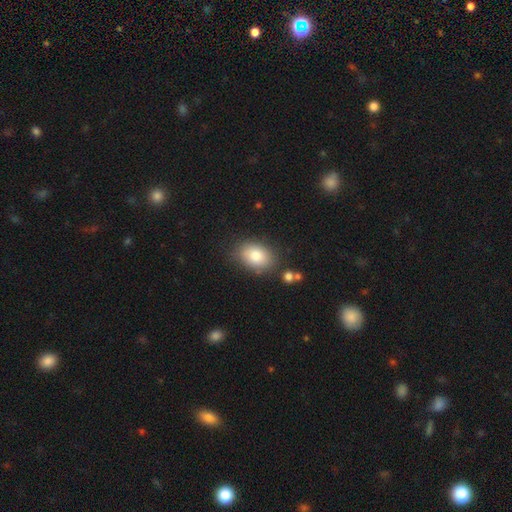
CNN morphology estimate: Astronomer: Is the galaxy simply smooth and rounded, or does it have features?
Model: smooth — 82%.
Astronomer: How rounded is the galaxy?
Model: in between — 83%.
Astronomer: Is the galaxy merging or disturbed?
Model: none — 78%.